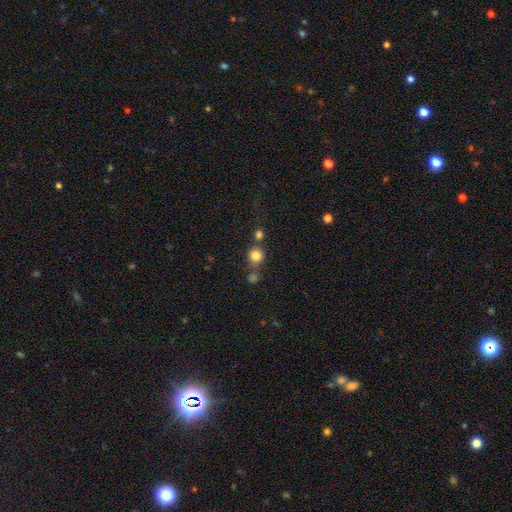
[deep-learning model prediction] This appears to be a smooth galaxy with no disk features (81%) that is round (89%). Merging: none (65%).